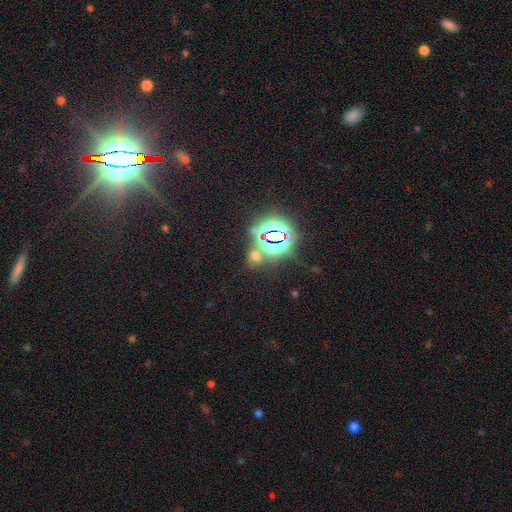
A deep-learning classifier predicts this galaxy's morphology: star or artifact 57%, smooth 35%, featured or disk 8%.